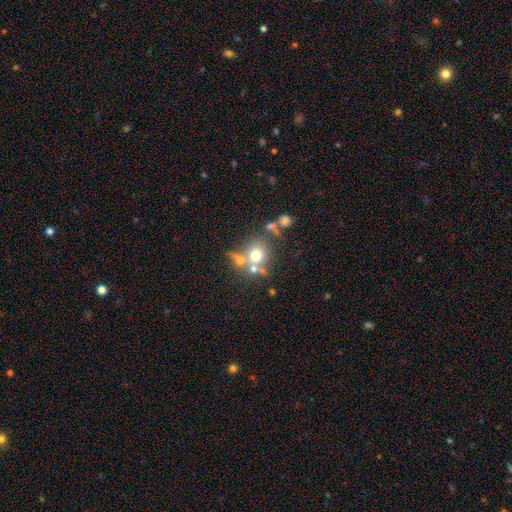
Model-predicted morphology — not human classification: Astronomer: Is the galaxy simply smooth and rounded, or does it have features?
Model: smooth — 65%.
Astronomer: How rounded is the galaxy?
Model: round — 78%.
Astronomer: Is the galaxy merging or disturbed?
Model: none — 46% (runner-up: merger, 35%).